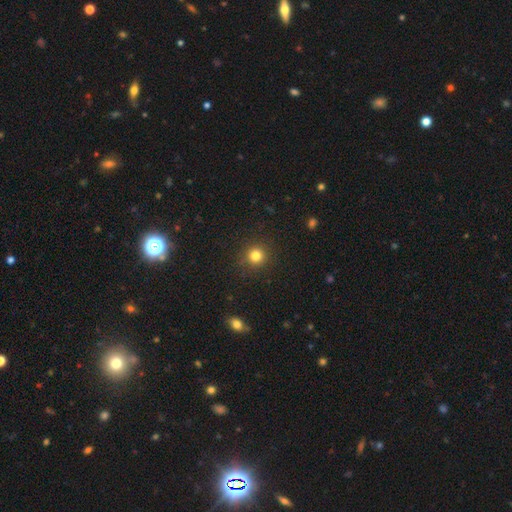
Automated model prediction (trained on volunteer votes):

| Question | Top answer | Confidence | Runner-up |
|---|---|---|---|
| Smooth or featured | smooth | 81% | star or artifact (13%) |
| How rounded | round | 93% | in between (6%) |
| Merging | none | 90% | minor disturbance (7%) |